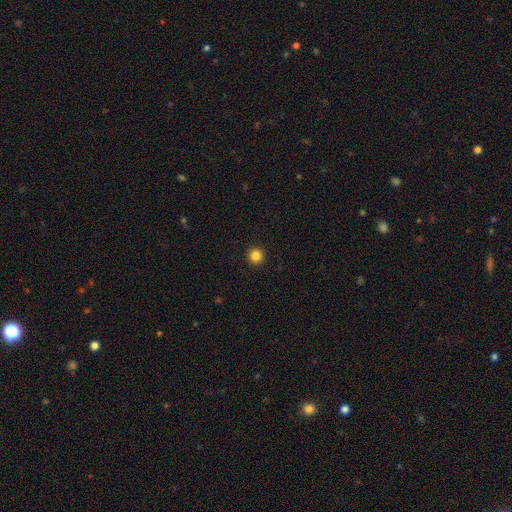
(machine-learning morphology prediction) This appears to be a smooth galaxy with no disk features (84%) that is round (96%). Merging: none (94%).